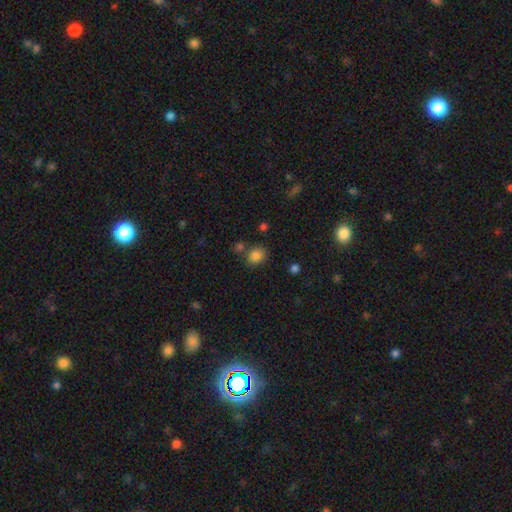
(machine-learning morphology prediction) Smooth or featured? Predicted: smooth (p=0.83). How rounded? Predicted: round (p=0.61). Merging? Predicted: none (p=0.71).